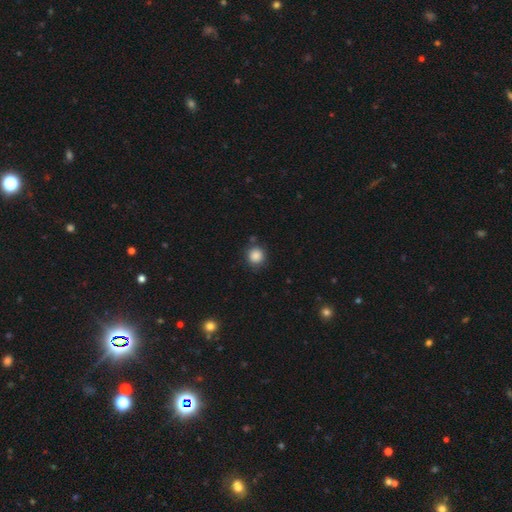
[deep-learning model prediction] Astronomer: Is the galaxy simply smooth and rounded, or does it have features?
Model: smooth — 87%.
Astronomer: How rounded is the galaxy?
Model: round — 91%.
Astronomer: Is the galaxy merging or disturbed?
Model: none — 84%.